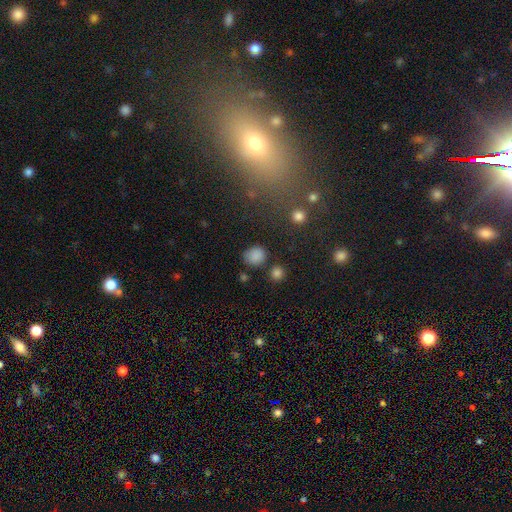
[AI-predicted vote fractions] smooth 83%, star or artifact 13%, featured or disk 5%. Down the decision tree: how rounded — round (73%); merging — none (77%).